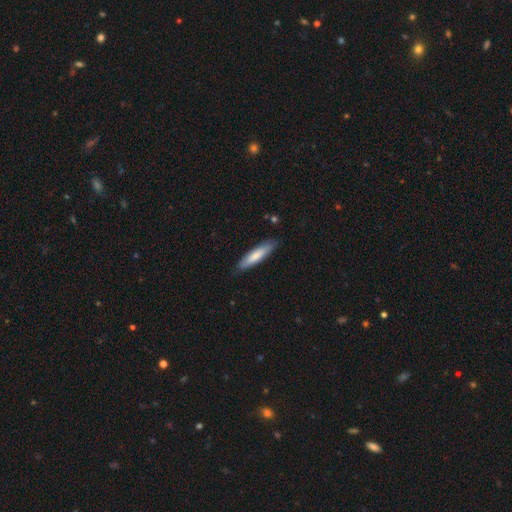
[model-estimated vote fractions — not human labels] Morphology: type=smooth (77%); roundness=cigar-shaped (78%); merging=none (85%).